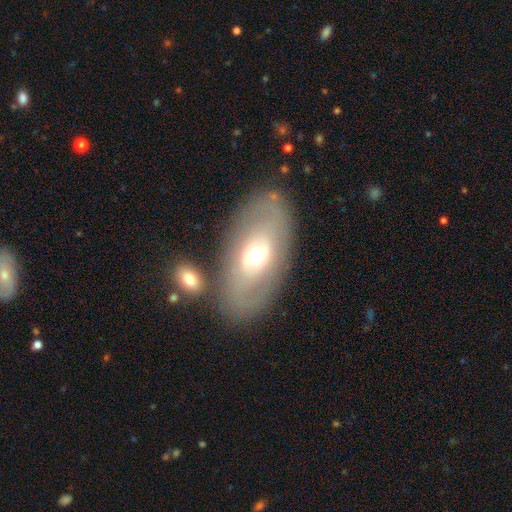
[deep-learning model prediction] Overall: featured or disk (48%; smooth 45%). Merging: none (76%).